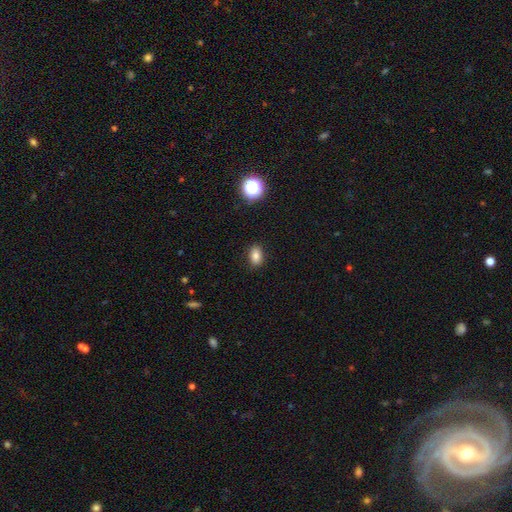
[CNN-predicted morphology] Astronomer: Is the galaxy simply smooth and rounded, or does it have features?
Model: smooth — 82%.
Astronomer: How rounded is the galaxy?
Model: in between — 81%.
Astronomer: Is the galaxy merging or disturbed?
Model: none — 87%.